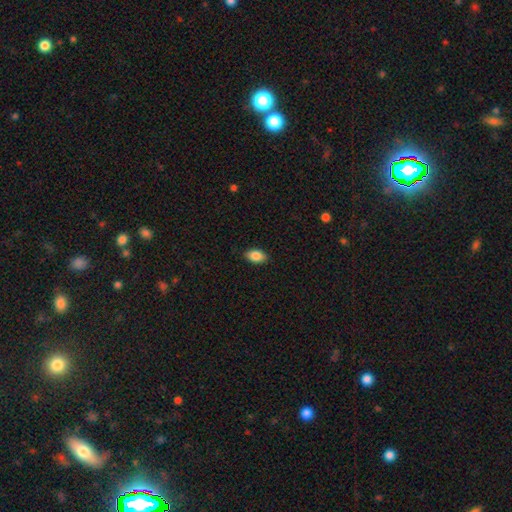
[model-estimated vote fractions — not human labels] The model was most divided on "merging": none: 87%, minor disturbance: 10%, major disturbance: 2%, merger: 1%. More confident: how rounded — in between (90%); smooth or featured — smooth (86%).